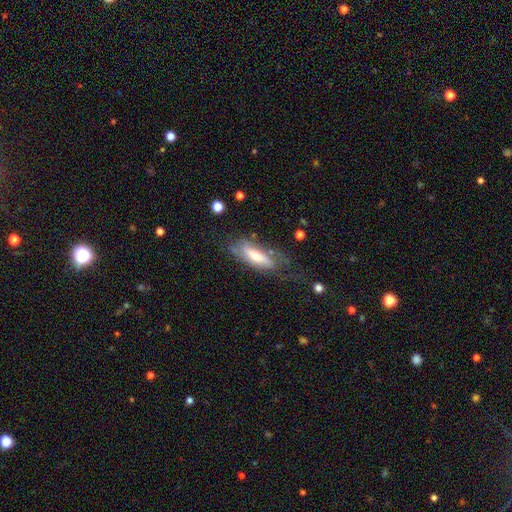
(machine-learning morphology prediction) Smooth or featured?
  - featured or disk: 49% *
  - smooth: 44%
  - star or artifact: 7%
Merging?
  - none: 50% *
  - minor disturbance: 26%
  - major disturbance: 21%
  - merger: 3%